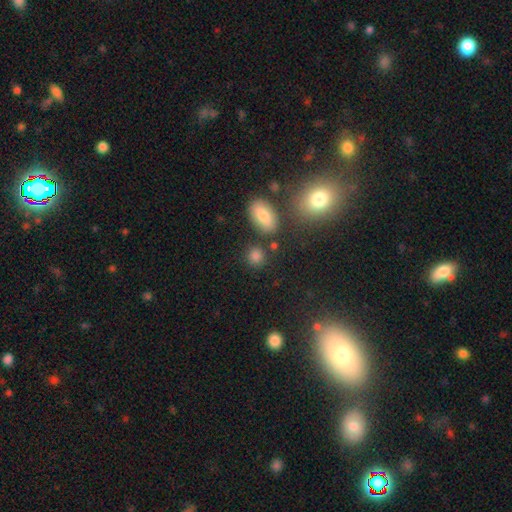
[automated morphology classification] Overall: smooth (82%). How rounded: round (75%). Merging: none (78%).